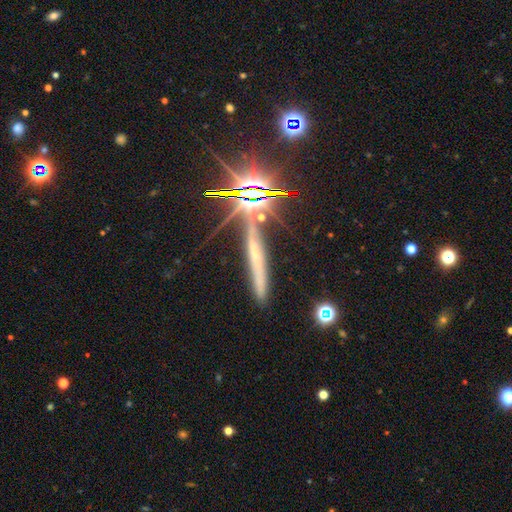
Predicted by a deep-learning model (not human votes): Overall: featured or disk (42%; star or artifact 32%). Merging: none (74%).